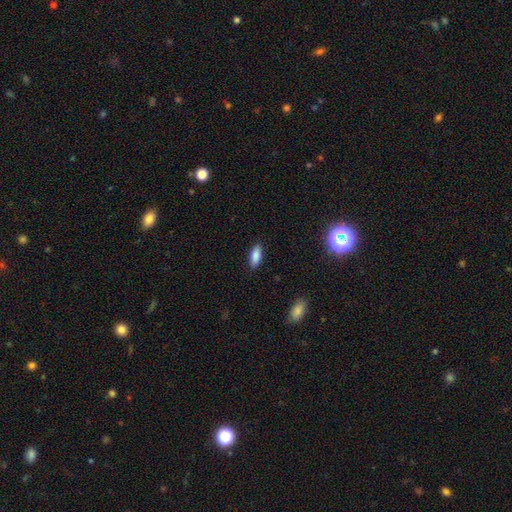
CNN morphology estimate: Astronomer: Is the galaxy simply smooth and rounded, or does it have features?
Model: smooth — 87%.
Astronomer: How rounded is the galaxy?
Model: in between — 76%.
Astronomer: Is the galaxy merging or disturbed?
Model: none — 88%.